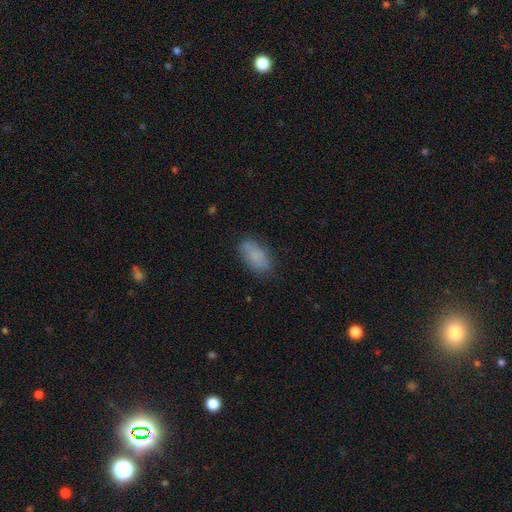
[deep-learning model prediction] Overall: smooth (81%). How rounded: in between (92%). Merging: none (76%).